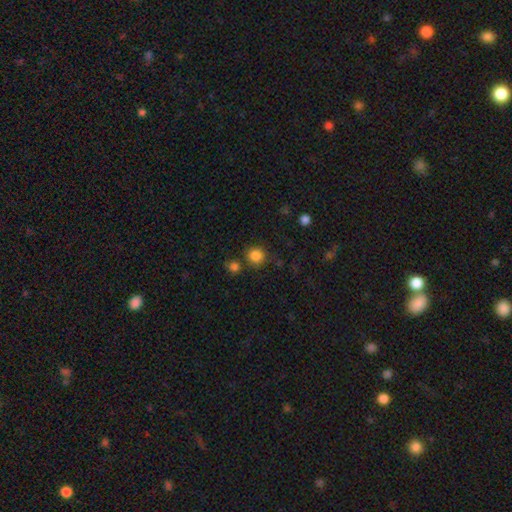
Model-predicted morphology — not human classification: Overall: smooth (84%). How rounded: round (90%). Merging: none (79%).